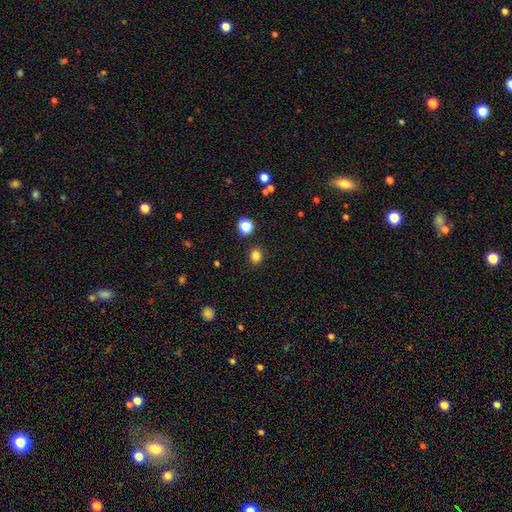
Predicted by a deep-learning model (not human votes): The model was most divided on "how rounded": round: 72%, in between: 27%, cigar-shaped: 1%. More confident: merging — none (89%); smooth or featured — smooth (83%).